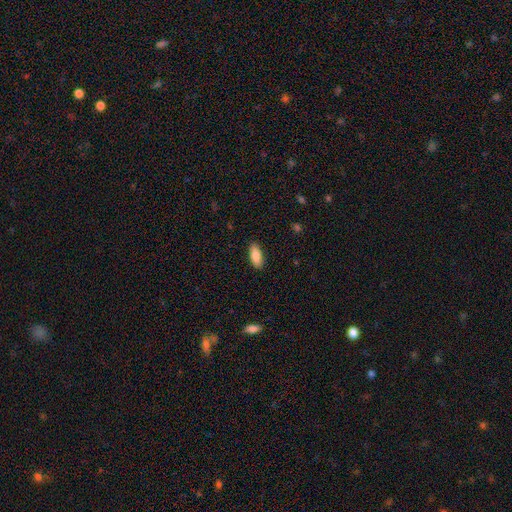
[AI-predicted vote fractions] The model was most divided on "how rounded": in between: 79%, cigar-shaped: 19%, round: 2%. More confident: merging — none (89%); smooth or featured — smooth (84%).